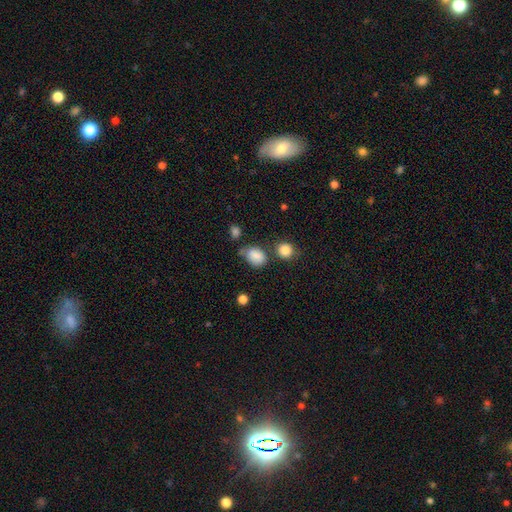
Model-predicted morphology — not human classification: type=smooth (83%); roundness=in between (71%); merging=none (48%).